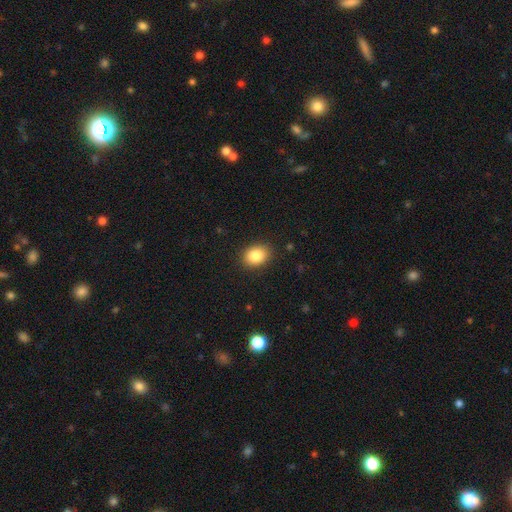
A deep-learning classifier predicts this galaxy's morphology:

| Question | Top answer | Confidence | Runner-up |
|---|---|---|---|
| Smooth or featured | smooth | 86% | star or artifact (8%) |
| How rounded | in between | 65% | round (34%) |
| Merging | none | 88% | minor disturbance (9%) |